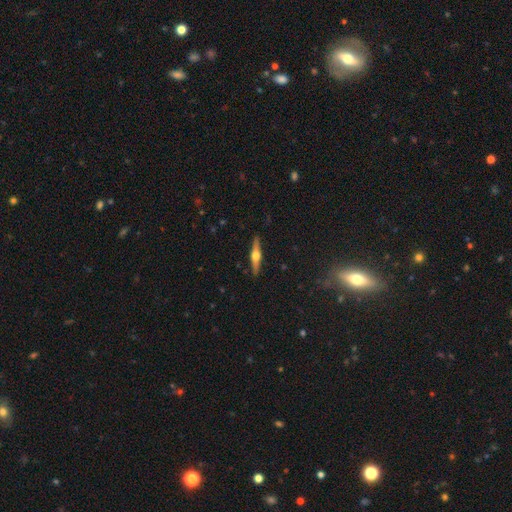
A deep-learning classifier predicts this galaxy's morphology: type=featured or disk (71%); edge-on=yes (97%); edge-on bulge=rounded (95%); merging=none (91%).